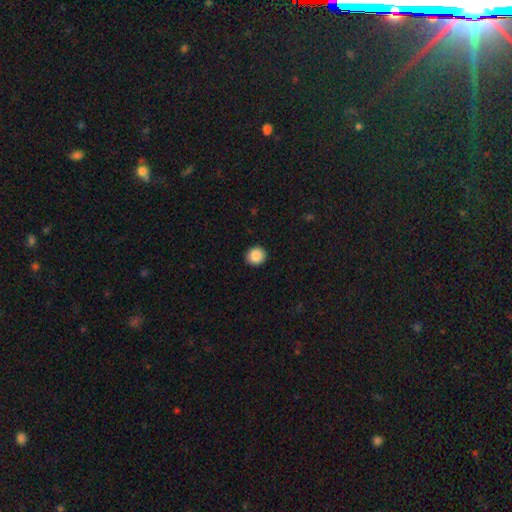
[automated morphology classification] smooth 88%, star or artifact 8%, featured or disk 3%. Down the decision tree: how rounded — round (85%); merging — none (91%).